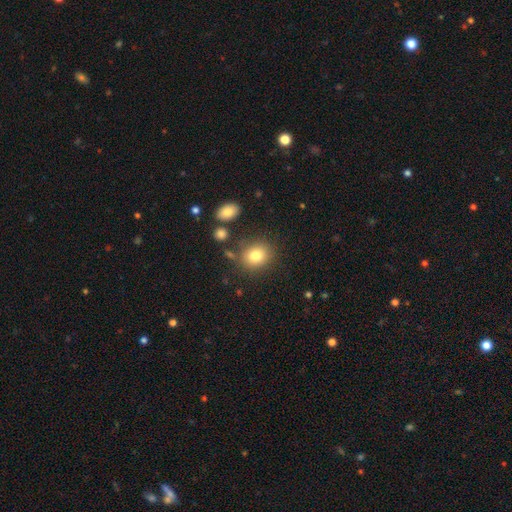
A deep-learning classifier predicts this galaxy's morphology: Smooth or featured: smooth — 80% (star or artifact — 11%)
How rounded: round — 65% (in between — 34%)
Merging: none — 81% (minor disturbance — 10%)